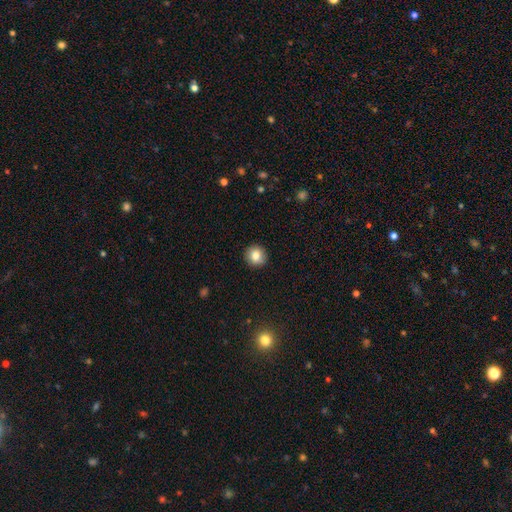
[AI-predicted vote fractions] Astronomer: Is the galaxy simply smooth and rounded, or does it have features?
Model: smooth — 81%.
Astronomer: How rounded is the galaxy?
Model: round — 92%.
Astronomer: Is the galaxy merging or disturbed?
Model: none — 91%.